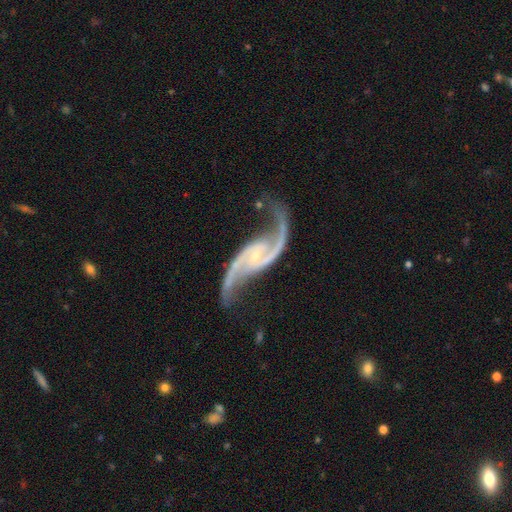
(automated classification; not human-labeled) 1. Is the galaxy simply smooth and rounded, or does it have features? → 93% featured or disk, 4% star or artifact, 2% smooth.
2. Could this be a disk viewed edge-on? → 97% no, 3% yes.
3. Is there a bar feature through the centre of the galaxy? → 52% no, 32% weak, 15% strong.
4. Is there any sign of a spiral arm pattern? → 98% yes, 2% no.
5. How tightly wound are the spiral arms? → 64% loose, 29% medium, 7% tight.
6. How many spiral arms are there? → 94% 2, 1% can't tell, 1% 1, 1% 3, 1% 4, 1% more than 4.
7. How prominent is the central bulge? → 79% small, 12% moderate, 6% none, 1% large, 1% dominant.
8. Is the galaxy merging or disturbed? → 67% none, 16% minor disturbance, 13% major disturbance, 4% merger.